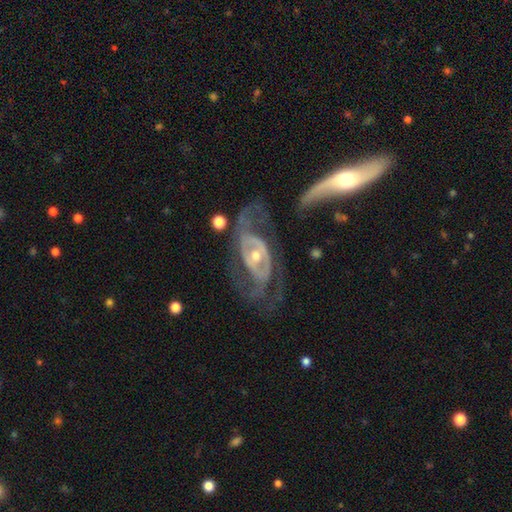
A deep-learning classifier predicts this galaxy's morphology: type=featured or disk (86%); edge-on=no (93%); bar=no (49%); spiral arms=yes (79%); winding=medium (40%); arm count=2 (60%); bulge=moderate (59%); merging=none (45%).